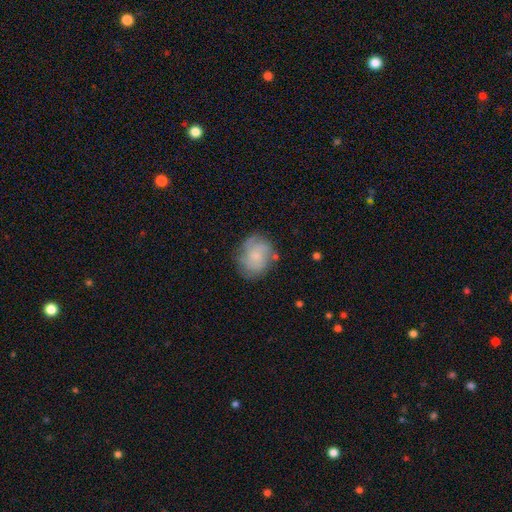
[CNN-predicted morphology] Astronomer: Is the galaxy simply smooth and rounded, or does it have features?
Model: smooth — 51% (runner-up: featured or disk, 40%).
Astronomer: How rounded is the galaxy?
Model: round — 59% (runner-up: in between, 40%).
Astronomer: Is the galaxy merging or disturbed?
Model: none — 67%.